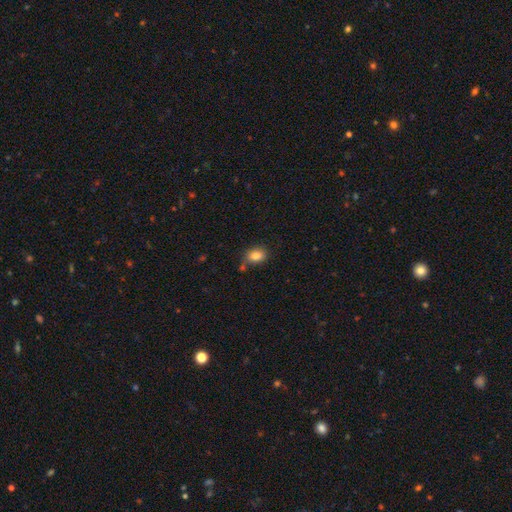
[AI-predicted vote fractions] Morphology: type=smooth (84%); roundness=in between (73%); merging=none (72%).